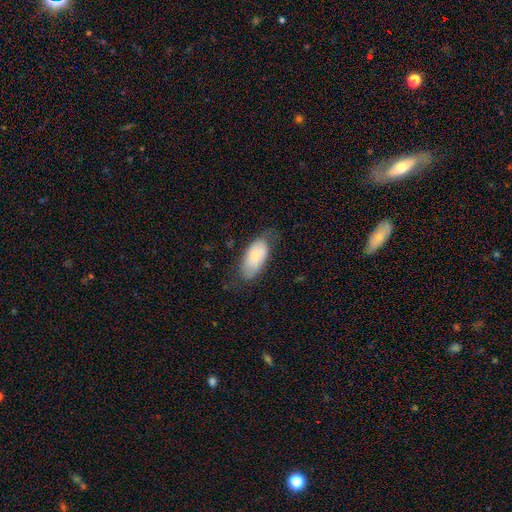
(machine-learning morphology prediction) type=smooth (73%); roundness=in between (93%); merging=none (62%).